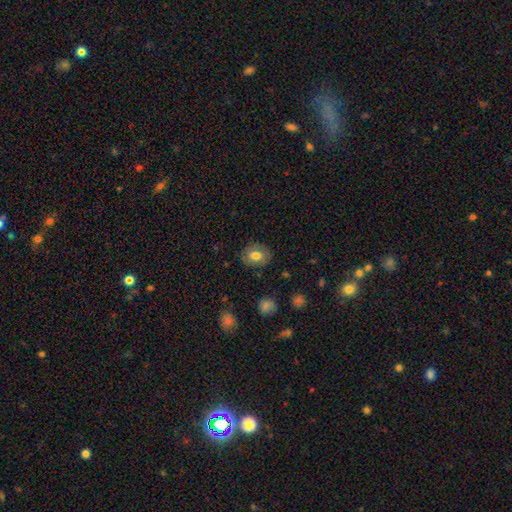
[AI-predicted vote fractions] Overall: smooth (73%). How rounded: in between (56%; round 43%). Merging: none (83%).